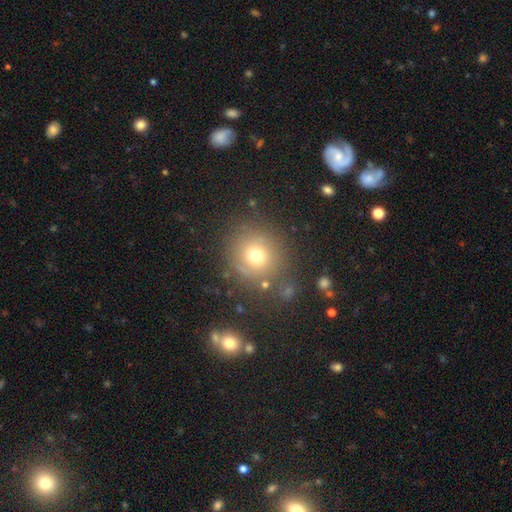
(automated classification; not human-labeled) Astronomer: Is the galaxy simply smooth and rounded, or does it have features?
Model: smooth — 70%.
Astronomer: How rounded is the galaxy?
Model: round — 89%.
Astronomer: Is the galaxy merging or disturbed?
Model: none — 77%.